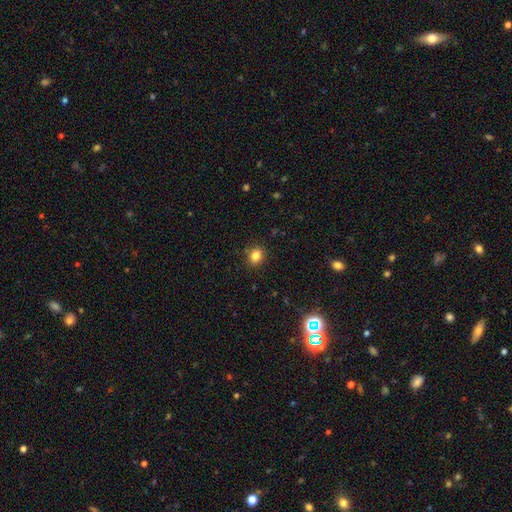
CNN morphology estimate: smooth-or-featured: smooth: 83% | star or artifact: 12% | featured or disk: 5%
  how-rounded: round: 61% | in between: 38% | cigar-shaped: 1%
  merging: none: 87% | minor disturbance: 9% | major disturbance: 2% | merger: 1%